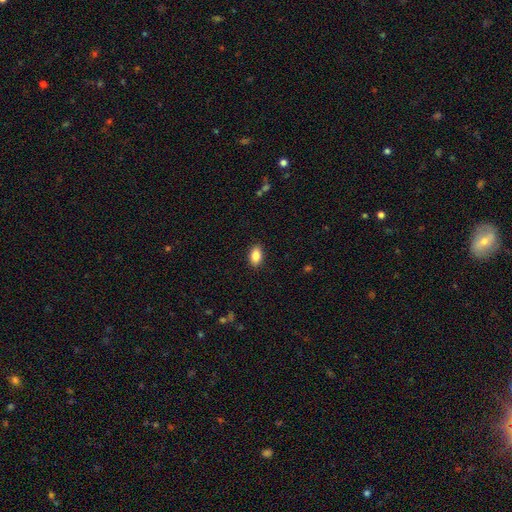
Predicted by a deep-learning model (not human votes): smooth 86%, star or artifact 8%, featured or disk 6%. Down the decision tree: how rounded — in between (90%); merging — none (89%).